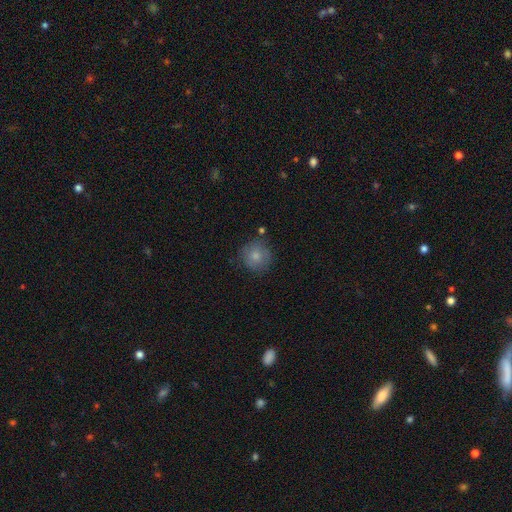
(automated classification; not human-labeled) This appears to be a smooth galaxy with no disk features (79%) that is round (93%). Merging: none (77%).